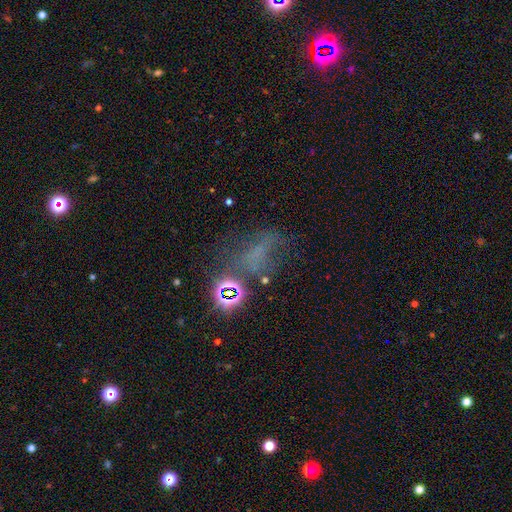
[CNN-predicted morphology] Overall: star or artifact (42%; featured or disk 31%).